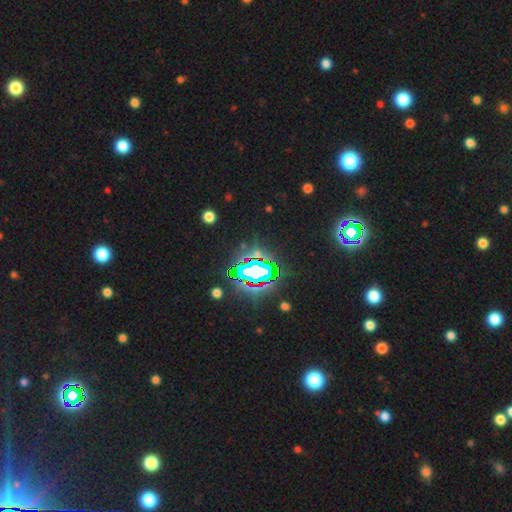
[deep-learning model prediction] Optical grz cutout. It shows a star or artifact, not a galaxy (76%).